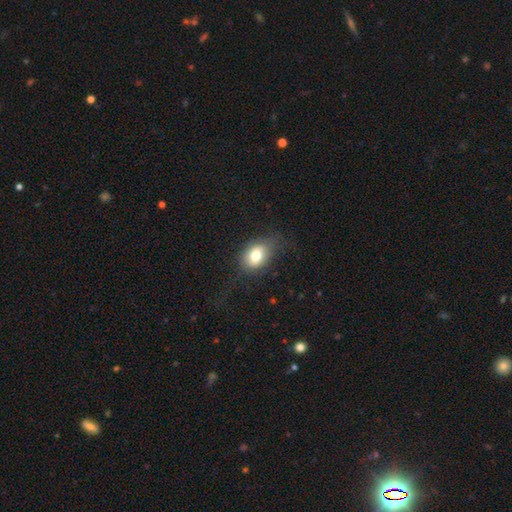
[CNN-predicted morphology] Q: Smooth or featured?
A: smooth (74%); runner-up: featured or disk (16%)
Q: How rounded?
A: in between (71%); runner-up: round (27%)
Q: Merging?
A: none (61%); runner-up: minor disturbance (23%)